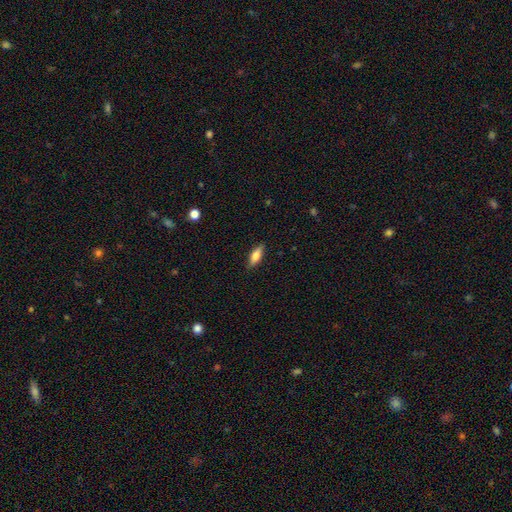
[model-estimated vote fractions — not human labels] Smooth or featured: smooth — 65% (featured or disk — 28%)
How rounded: in between — 58% (cigar-shaped — 40%)
Merging: none — 86% (minor disturbance — 10%)